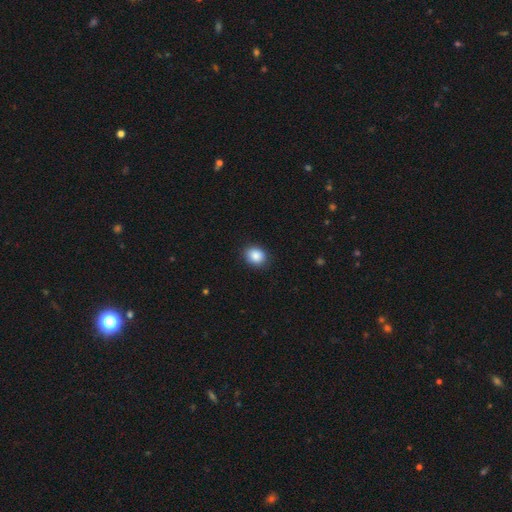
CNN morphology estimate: smooth_or_featured: smooth (p=0.88) [alt: star or artifact p=0.08]
how_rounded: in between (p=0.50) [alt: round p=0.49]
merging: none (p=0.87) [alt: minor disturbance p=0.09]